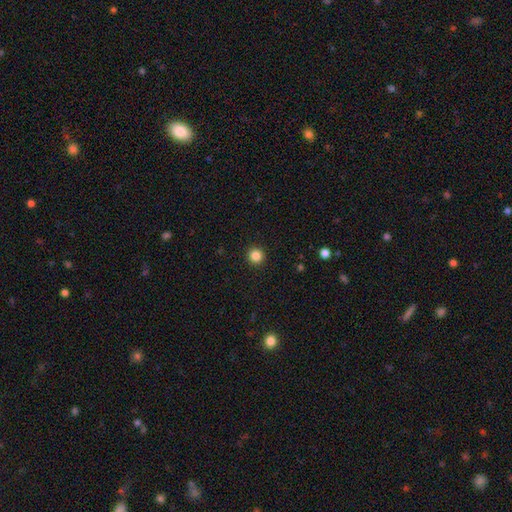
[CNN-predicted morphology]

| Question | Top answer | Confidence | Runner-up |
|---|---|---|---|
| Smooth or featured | smooth | 85% | star or artifact (11%) |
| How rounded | round | 95% | in between (4%) |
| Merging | none | 93% | minor disturbance (4%) |